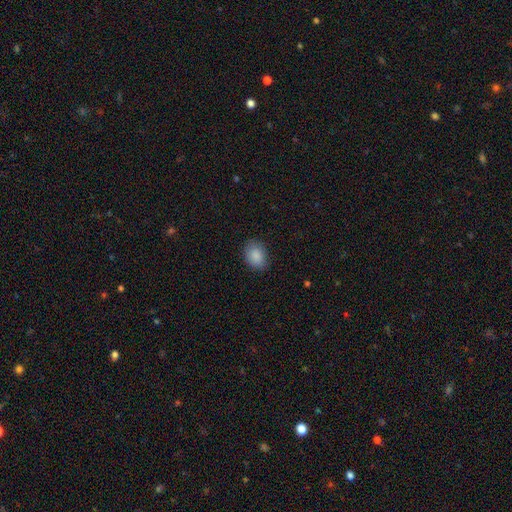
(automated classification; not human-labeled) Smooth or featured? smooth (87%)
How rounded? in between (67%)
Merging? none (83%)